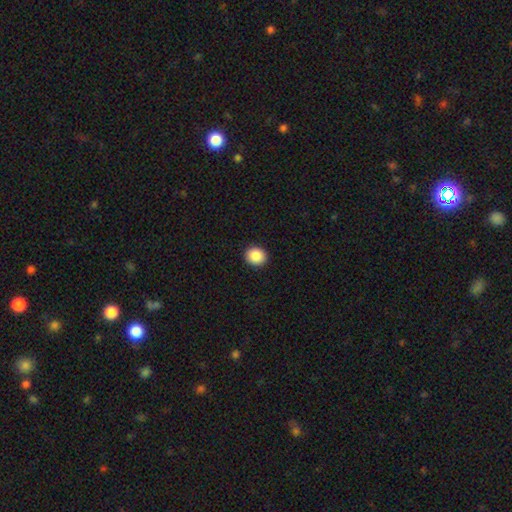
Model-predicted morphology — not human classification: Smooth or featured? smooth (88%)
How rounded? round (79%)
Merging? none (92%)